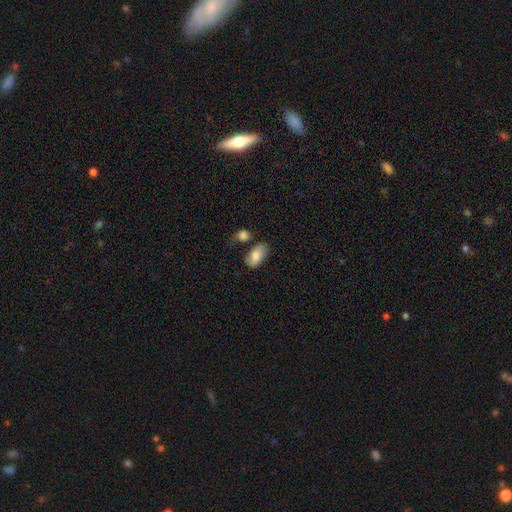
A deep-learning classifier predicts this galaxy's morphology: A smooth galaxy with no disk features (77%) that is in between round and cigar-shaped (93%).

Vote fractions:
- Smooth or featured? smooth: 77% / featured or disk: 16% / star or artifact: 7%
- How rounded? in between: 93% / round: 5% / cigar-shaped: 2%
- Merging? none: 57% / minor disturbance: 21% / merger: 15% / major disturbance: 7%